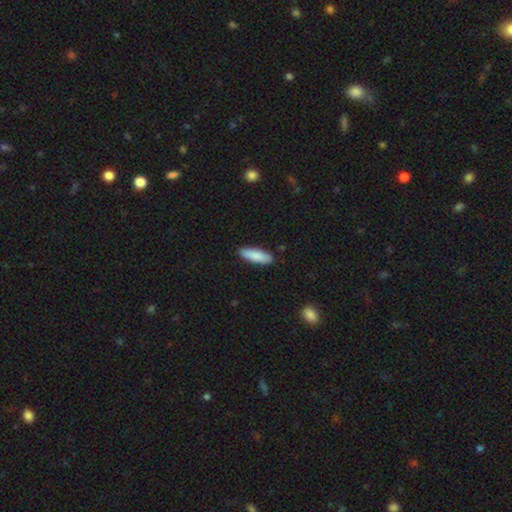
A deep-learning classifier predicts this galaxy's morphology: smooth_or_featured: smooth (p=0.87) [alt: featured or disk p=0.07]
how_rounded: in between (p=0.52) [alt: cigar-shaped p=0.47]
merging: none (p=0.89) [alt: minor disturbance p=0.09]